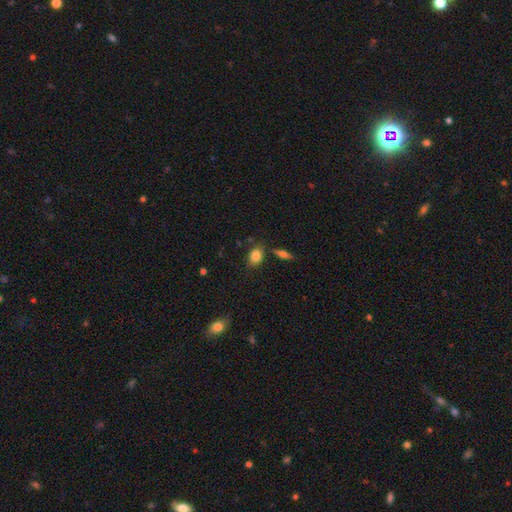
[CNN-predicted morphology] Smooth or featured? smooth (84%)
How rounded? in between (65%)
Merging? none (73%)